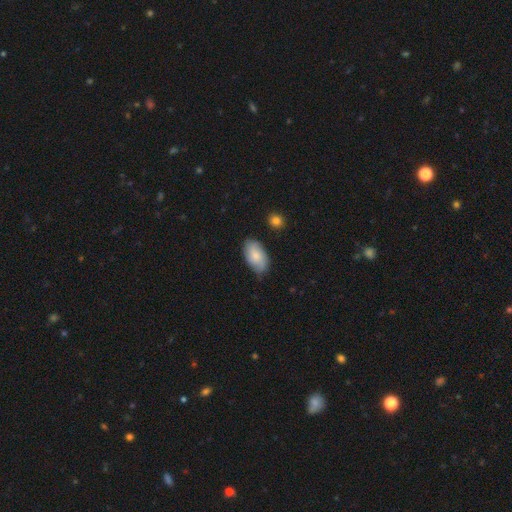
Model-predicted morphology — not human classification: Smooth or featured: smooth — 78% (featured or disk — 15%)
How rounded: in between — 95% (round — 3%)
Merging: none — 75% (minor disturbance — 20%)